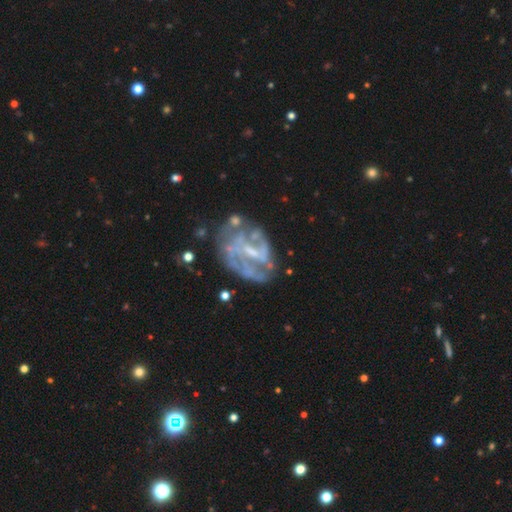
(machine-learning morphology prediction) Q: Smooth or featured?
A: featured or disk (75%); runner-up: star or artifact (14%)
Q: Edge-on disk?
A: no (97%); runner-up: yes (3%)
Q: Bar?
A: weak (42%); runner-up: no (31%)
Q: Spiral arms?
A: yes (66%); runner-up: no (34%)
Q: Bulge size?
A: small (52%); runner-up: none (28%)
Q: Merging?
A: none (52%); runner-up: major disturbance (21%)